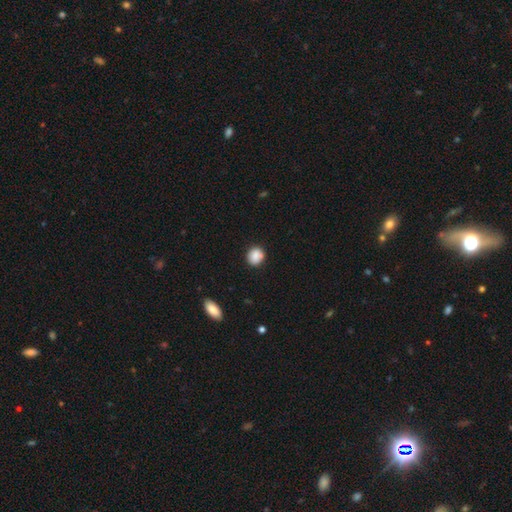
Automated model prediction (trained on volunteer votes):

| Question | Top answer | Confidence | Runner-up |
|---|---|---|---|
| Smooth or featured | smooth | 87% | star or artifact (8%) |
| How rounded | round | 71% | in between (28%) |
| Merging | none | 79% | minor disturbance (15%) |